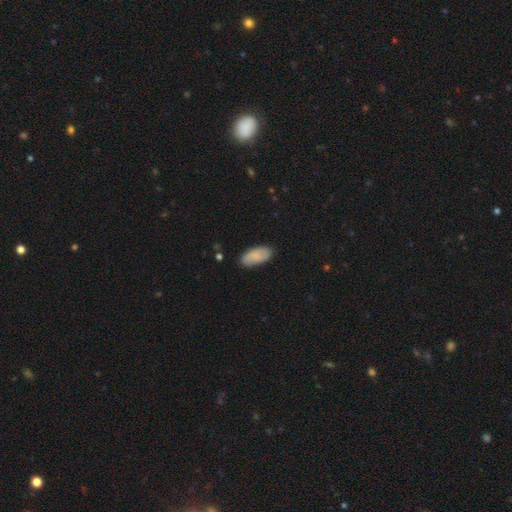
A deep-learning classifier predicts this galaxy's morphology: This appears to be a smooth galaxy with no disk features (81%) that is in between round and cigar-shaped (90%). Merging: none (83%).